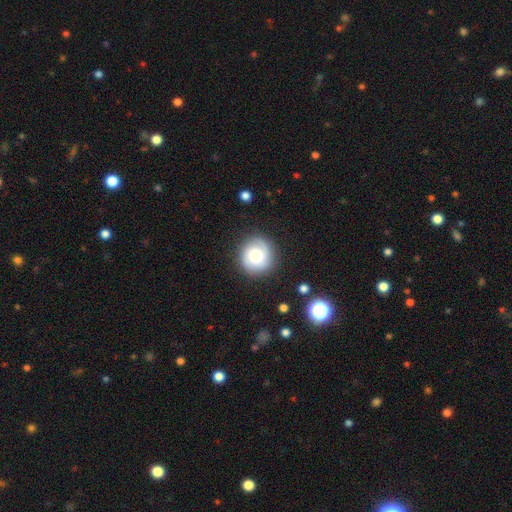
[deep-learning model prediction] smooth-or-featured: smooth: 57% | featured or disk: 35% | star or artifact: 8%
  how-rounded: round: 89% | in between: 10% | cigar-shaped: 1%
  merging: none: 84% | minor disturbance: 11% | major disturbance: 4% | merger: 1%